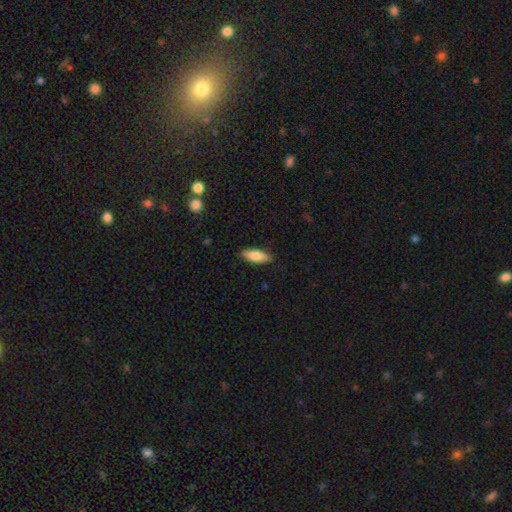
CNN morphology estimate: smooth_or_featured: smooth (p=0.79) [alt: featured or disk p=0.15]
how_rounded: in between (p=0.68) [alt: cigar-shaped p=0.30]
merging: none (p=0.86) [alt: minor disturbance p=0.11]